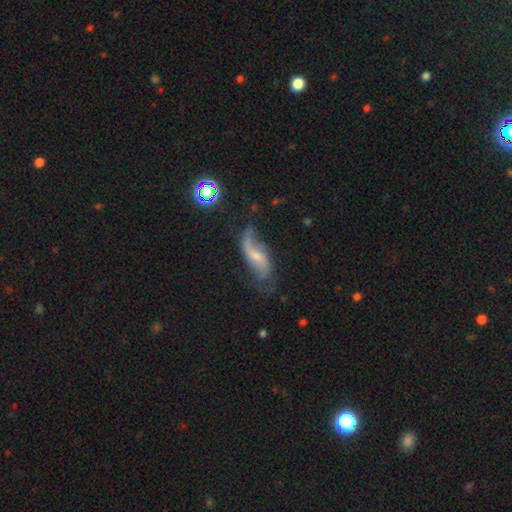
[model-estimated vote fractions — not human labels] smooth_or_featured: featured or disk (p=0.74) [alt: smooth p=0.17]
disk_edge_on: no (p=0.91) [alt: yes p=0.09]
bar: no (p=0.48) [alt: weak p=0.39]
has_spiral_arms: yes (p=0.91) [alt: no p=0.09]
spiral_winding: loose (p=0.77) [alt: medium p=0.17]
spiral_arm_count: 2 (p=0.79) [alt: 1 p=0.11]
bulge_size: small (p=0.55) [alt: moderate p=0.32]
merging: none (p=0.51) [alt: minor disturbance p=0.26]